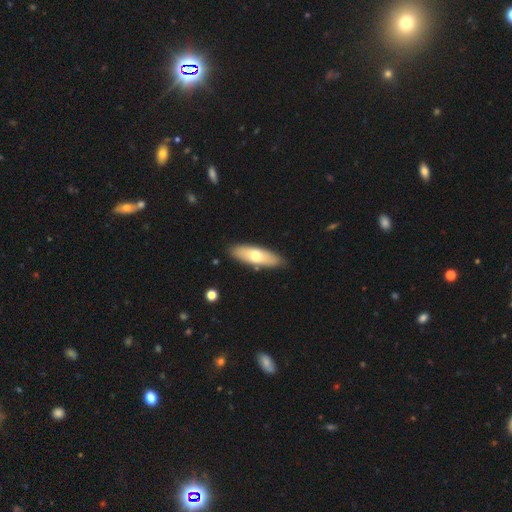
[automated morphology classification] The model was most divided on "how rounded": in between: 59%, cigar-shaped: 39%, round: 2%. More confident: merging — none (87%); smooth or featured — smooth (61%).